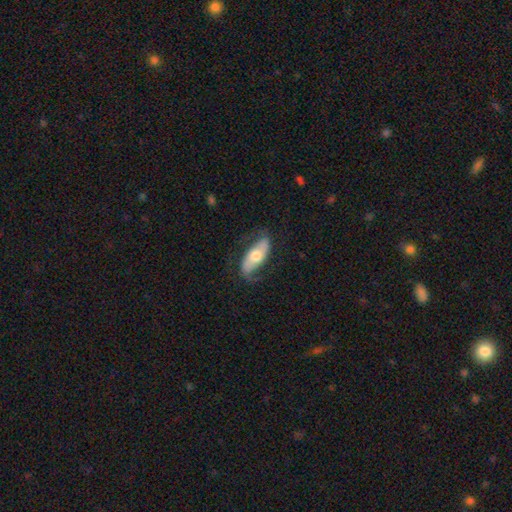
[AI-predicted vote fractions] smooth_or_featured: featured or disk (p=0.52) [alt: smooth p=0.42]
disk_edge_on: no (p=0.80) [alt: yes p=0.20]
merging: none (p=0.71) [alt: minor disturbance p=0.19]